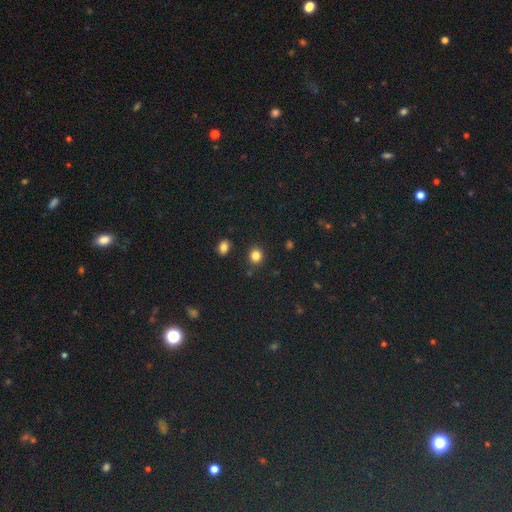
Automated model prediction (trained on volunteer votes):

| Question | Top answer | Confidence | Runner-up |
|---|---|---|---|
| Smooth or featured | smooth | 83% | star or artifact (12%) |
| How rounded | round | 83% | in between (16%) |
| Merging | none | 86% | minor disturbance (8%) |